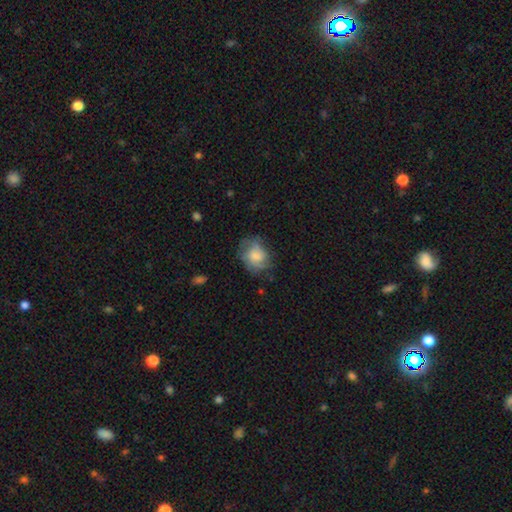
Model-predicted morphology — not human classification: Overall: smooth (57%; featured or disk 35%). How rounded: in between (52%; round 47%). Merging: none (55%; minor disturbance 28%).